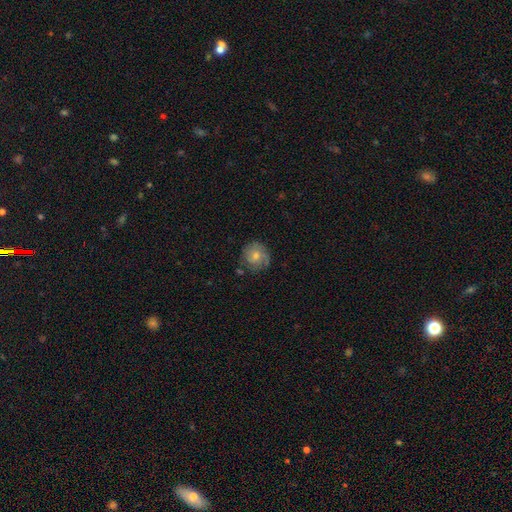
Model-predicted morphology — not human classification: smooth 59%, featured or disk 32%, star or artifact 8%. Down the decision tree: how rounded — round (86%); merging — none (69%).